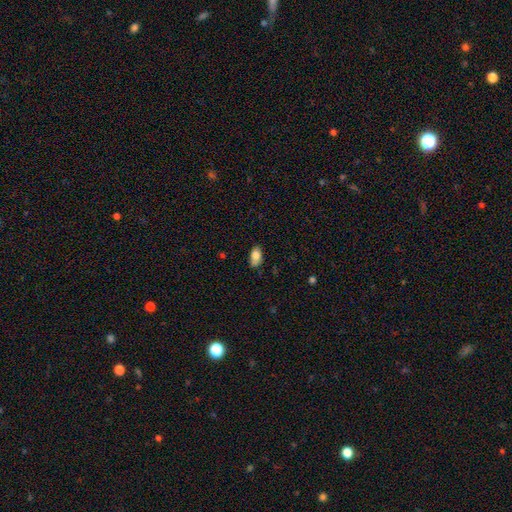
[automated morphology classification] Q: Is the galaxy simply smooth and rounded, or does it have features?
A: smooth — 81%.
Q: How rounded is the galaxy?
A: in between — 91%.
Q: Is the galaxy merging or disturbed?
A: none — 70%.